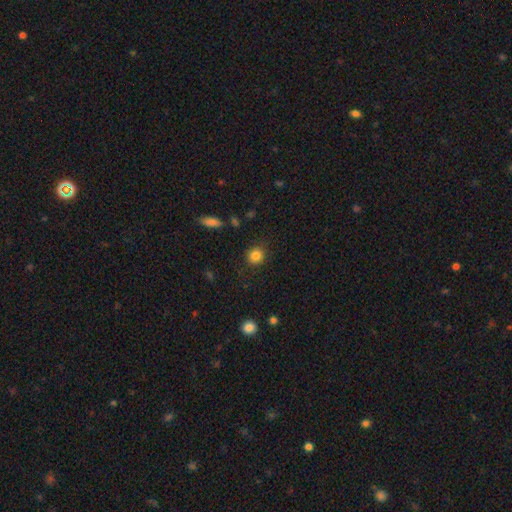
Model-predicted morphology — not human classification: Smooth or featured? smooth (84%)
How rounded? round (86%)
Merging? none (87%)